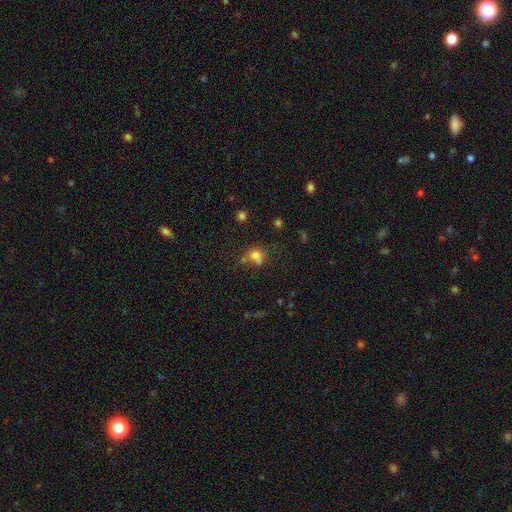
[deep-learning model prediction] smooth_or_featured: smooth (p=0.71) [alt: star or artifact p=0.17]
how_rounded: round (p=0.67) [alt: in between p=0.32]
merging: none (p=0.42) [alt: merger p=0.30]